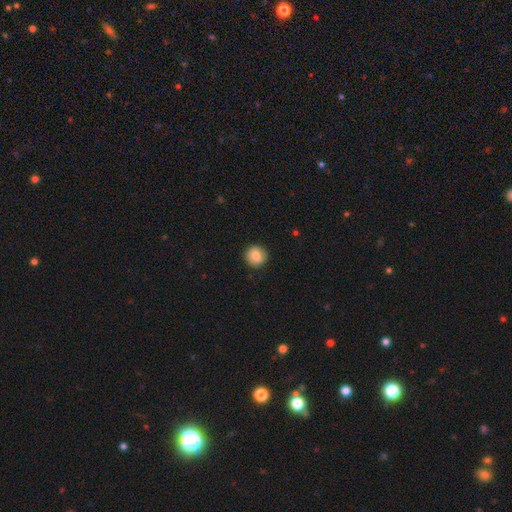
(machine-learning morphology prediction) Smooth or featured? Predicted: smooth (p=0.78). How rounded? Predicted: round (p=0.91). Merging? Predicted: none (p=0.87).